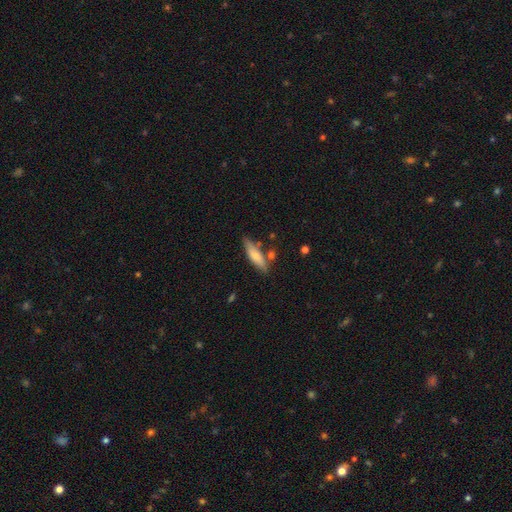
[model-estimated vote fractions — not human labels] The model was most divided on "how rounded": cigar-shaped: 66%, in between: 33%, round: 2%. More confident: merging — none (72%); smooth or featured — smooth (70%).